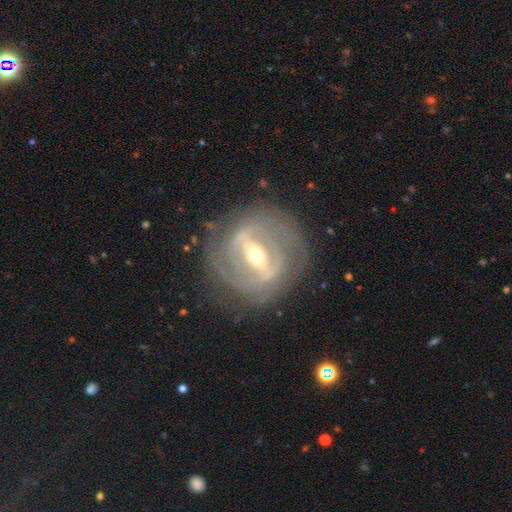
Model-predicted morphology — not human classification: type=featured or disk (86%); edge-on=no (92%); bar=strong (69%); spiral arms=yes (78%); winding=tight (64%); arm count=2 (37%); bulge=moderate (54%); merging=none (77%).